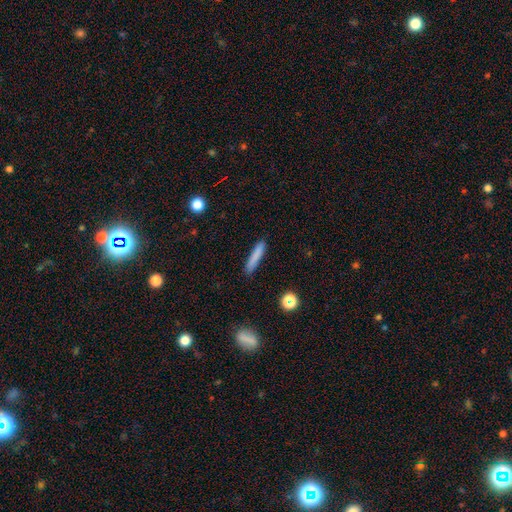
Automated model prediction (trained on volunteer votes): This is clearly a smooth galaxy (81%). How rounded: clearly cigar-shaped (90%). Merging: clearly none (85%).